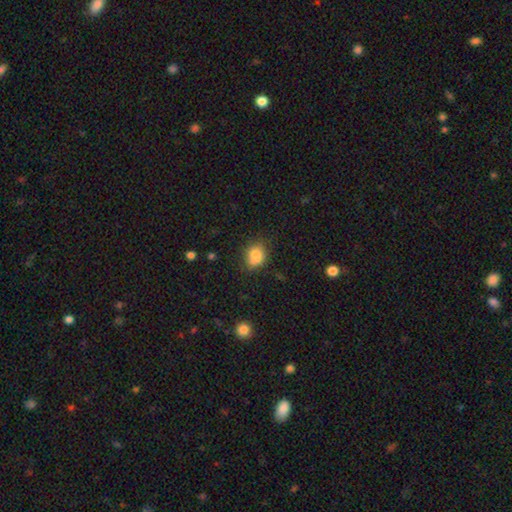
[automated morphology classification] This is likely a smooth galaxy (78%). How rounded: possibly in between (56%). Merging: possibly none (54%).